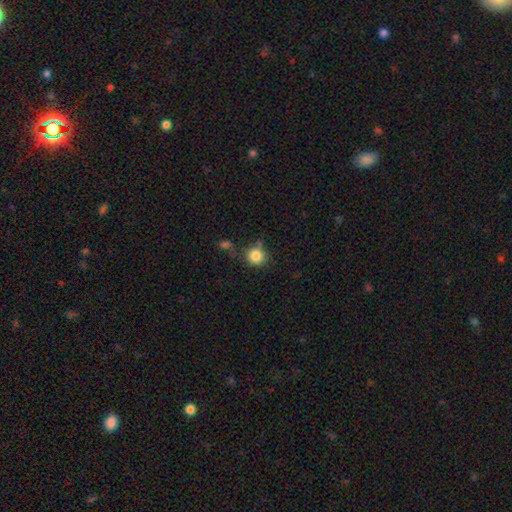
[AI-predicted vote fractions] Smooth or featured? smooth (84%)
How rounded? round (89%)
Merging? none (64%)